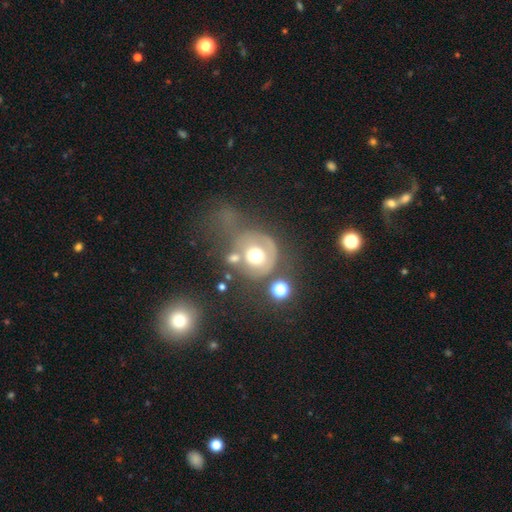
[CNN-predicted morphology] smooth-or-featured: smooth: 51% | featured or disk: 37% | star or artifact: 12%
  how-rounded: round: 81% | in between: 18% | cigar-shaped: 1%
  merging: major disturbance: 35% | none: 31% | minor disturbance: 17% | merger: 16%